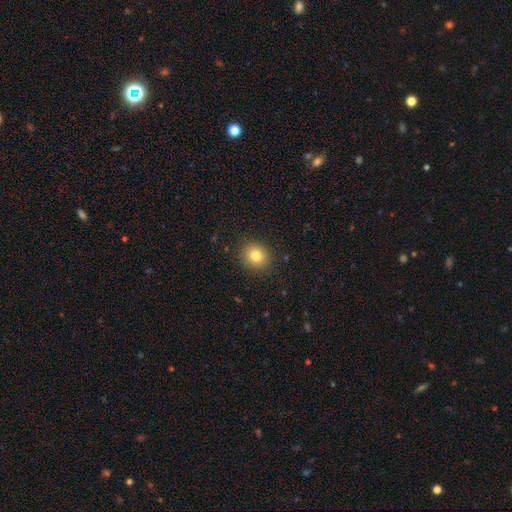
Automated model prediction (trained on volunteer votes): Smooth or featured? smooth (80%)
How rounded? round (81%)
Merging? none (89%)